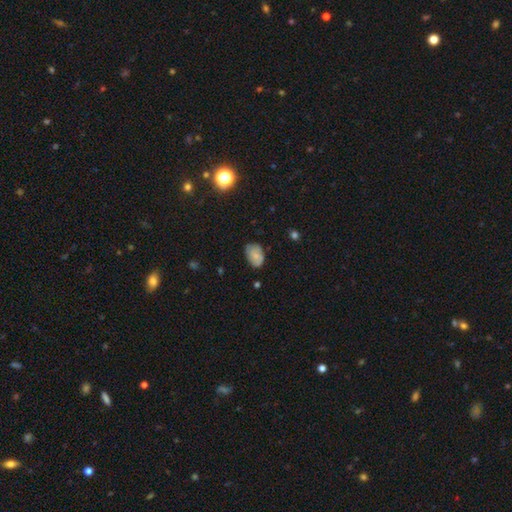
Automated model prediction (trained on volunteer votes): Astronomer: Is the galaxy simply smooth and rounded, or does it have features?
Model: smooth — 71%.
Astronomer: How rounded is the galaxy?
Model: in between — 86%.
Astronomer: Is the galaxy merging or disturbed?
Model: none — 65%.